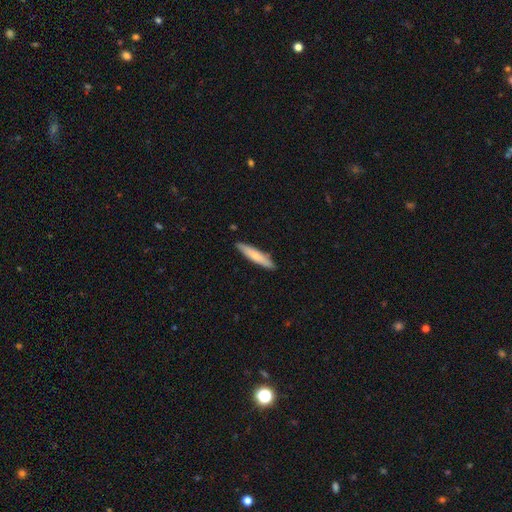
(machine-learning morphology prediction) This is likely a smooth galaxy (71%). How rounded: clearly cigar-shaped (87%). Merging: clearly none (88%).